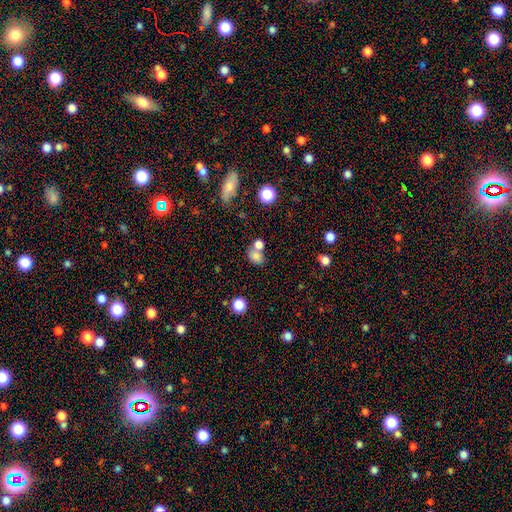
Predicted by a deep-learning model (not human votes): This appears to be a smooth galaxy with no disk features (76%) that is in between round and cigar-shaped (62%). Merging: none (42%).